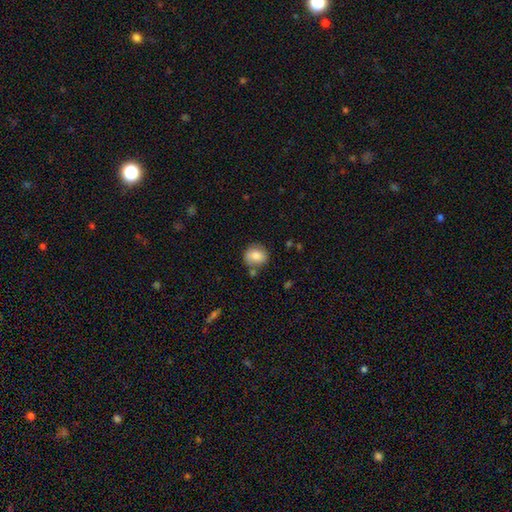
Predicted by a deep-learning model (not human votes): Overall: smooth (78%). How rounded: round (76%). Merging: none (71%).